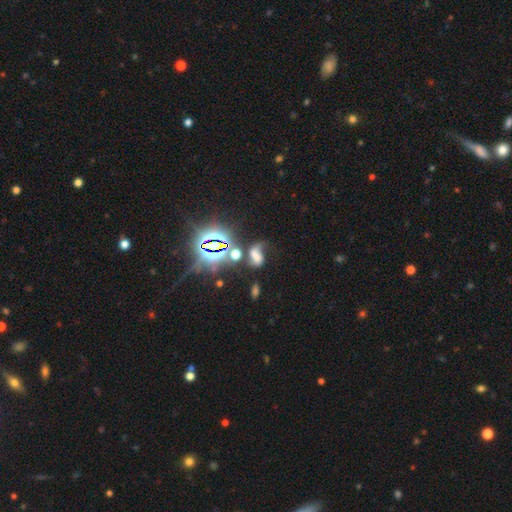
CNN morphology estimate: The model was most divided on "smooth or featured": star or artifact: 37%, smooth: 33%, featured or disk: 30%.